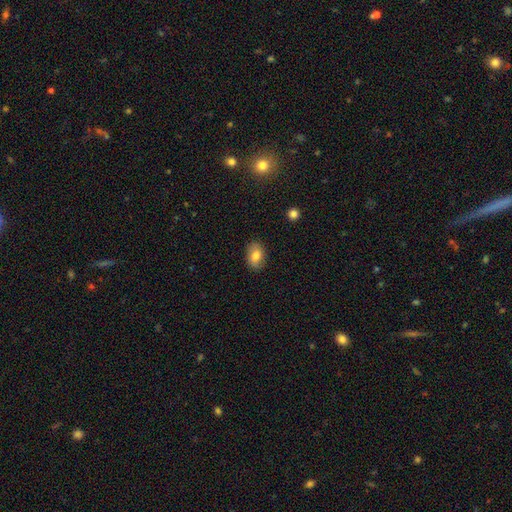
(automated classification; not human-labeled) Smooth or featured: smooth — 80% (featured or disk — 12%)
How rounded: in between — 81% (round — 18%)
Merging: none — 85% (minor disturbance — 11%)